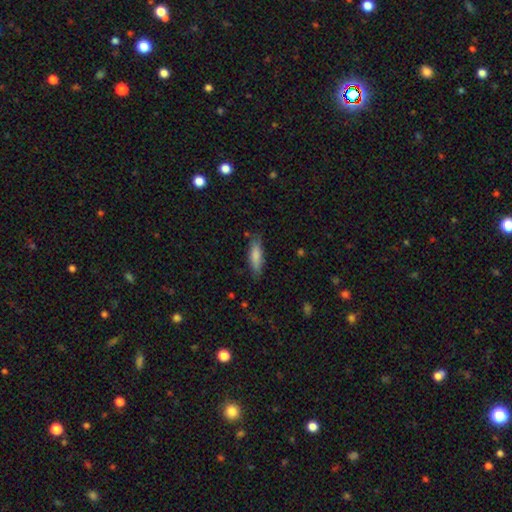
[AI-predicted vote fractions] Smooth or featured: smooth — 80% (featured or disk — 13%)
How rounded: cigar-shaped — 55% (in between — 44%)
Merging: none — 78% (minor disturbance — 17%)